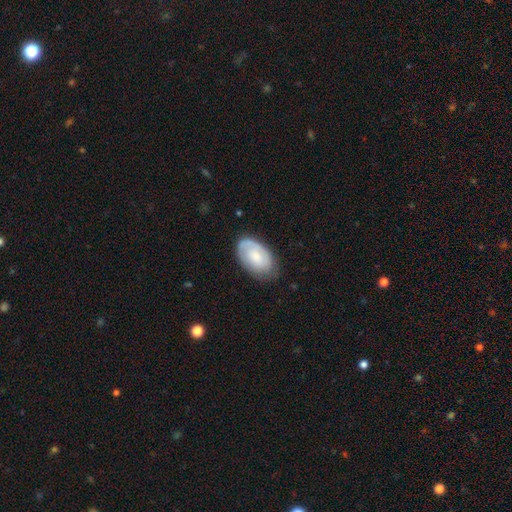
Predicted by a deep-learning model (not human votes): The model was most divided on "smooth or featured": smooth: 51%, featured or disk: 43%, star or artifact: 6%. More confident: how rounded — in between (93%); merging — none (72%).